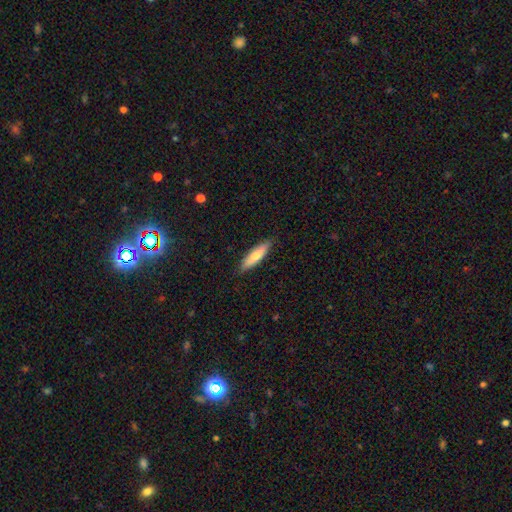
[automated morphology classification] Smooth or featured? smooth (72%)
How rounded? cigar-shaped (70%)
Merging? none (87%)